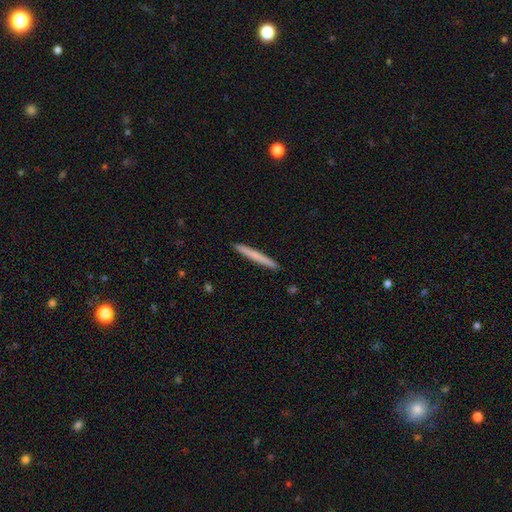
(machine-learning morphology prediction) smooth_or_featured: smooth (p=0.67) [alt: featured or disk p=0.28]
how_rounded: cigar-shaped (p=0.97) [alt: in between p=0.02]
merging: none (p=0.93) [alt: minor disturbance p=0.05]